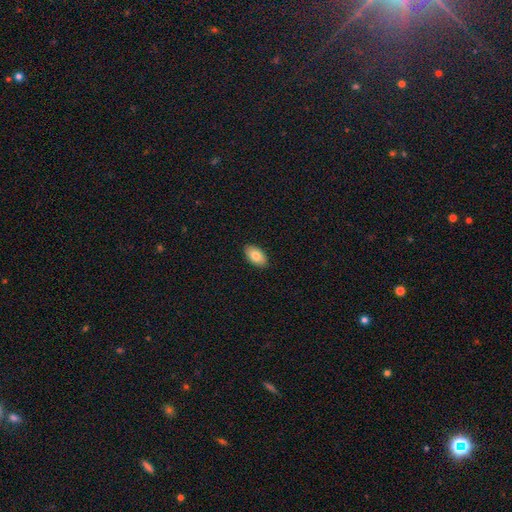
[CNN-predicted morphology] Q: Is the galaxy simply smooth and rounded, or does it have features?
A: smooth — 81%.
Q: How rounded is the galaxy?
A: in between — 94%.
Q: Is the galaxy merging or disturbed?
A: none — 90%.